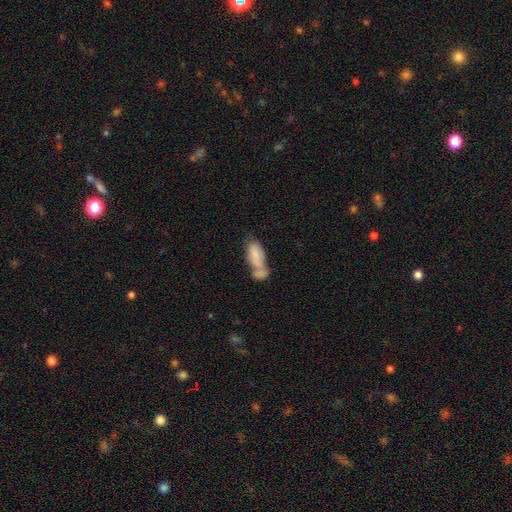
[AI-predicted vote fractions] smooth_or_featured: smooth (p=0.74) [alt: featured or disk p=0.19]
how_rounded: in between (p=0.89) [alt: cigar-shaped p=0.08]
merging: merger (p=0.60) [alt: none p=0.19]